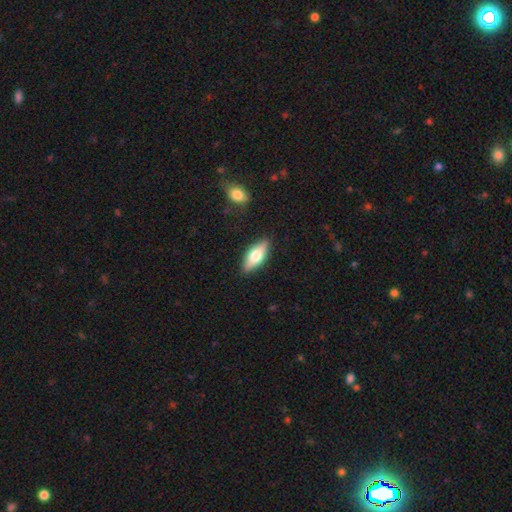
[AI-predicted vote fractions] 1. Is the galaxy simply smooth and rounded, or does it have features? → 61% smooth, 33% featured or disk, 6% star or artifact.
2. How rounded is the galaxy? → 72% in between, 25% cigar-shaped, 3% round.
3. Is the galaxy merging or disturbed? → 86% none, 10% minor disturbance, 2% major disturbance, 2% merger.